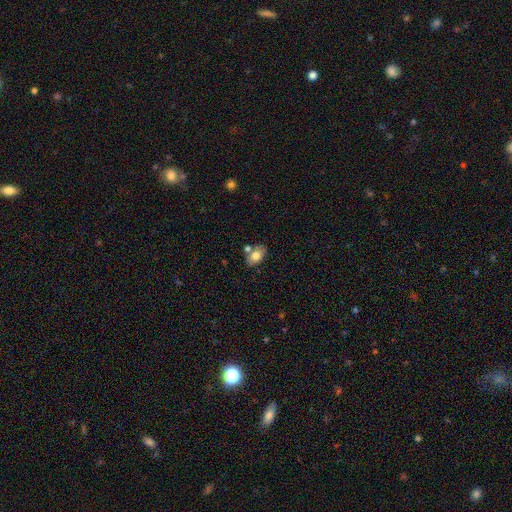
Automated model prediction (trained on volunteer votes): smooth_or_featured: smooth (p=0.74) [alt: featured or disk p=0.18]
how_rounded: in between (p=0.84) [alt: round p=0.14]
merging: none (p=0.64) [alt: minor disturbance p=0.16]